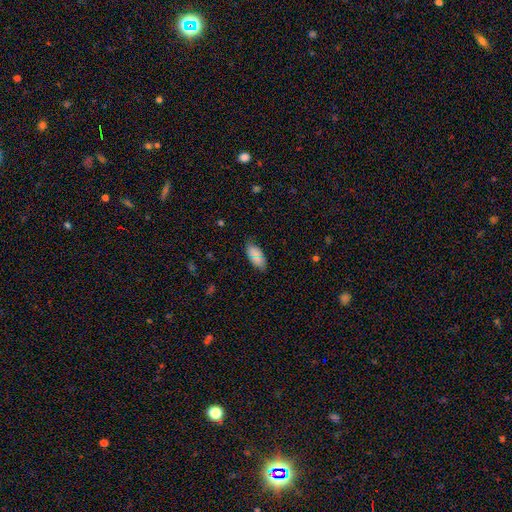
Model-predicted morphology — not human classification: smooth-or-featured: smooth: 81% | featured or disk: 10% | star or artifact: 9%
  how-rounded: in between: 91% | cigar-shaped: 7% | round: 2%
  merging: none: 80% | minor disturbance: 16% | major disturbance: 3% | merger: 2%